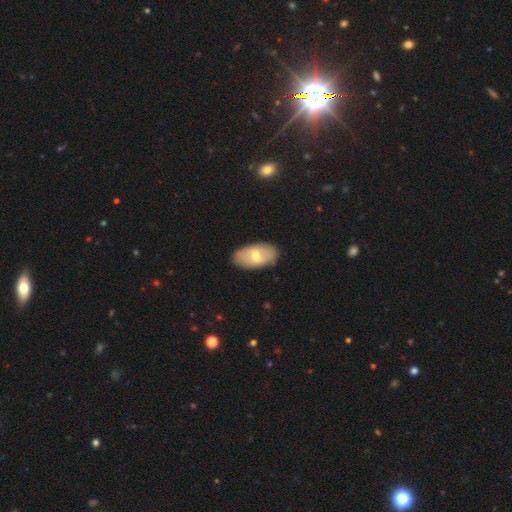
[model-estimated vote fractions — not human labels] A smooth galaxy with no disk features (57%) that is in between round and cigar-shaped (93%). Merging: none (84%).